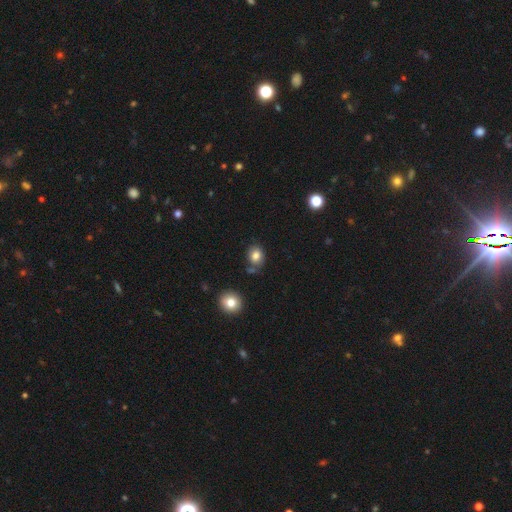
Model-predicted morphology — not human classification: The model was most divided on "how rounded": round: 56%, in between: 43%, cigar-shaped: 1%. More confident: smooth or featured — smooth (81%); merging — none (71%).